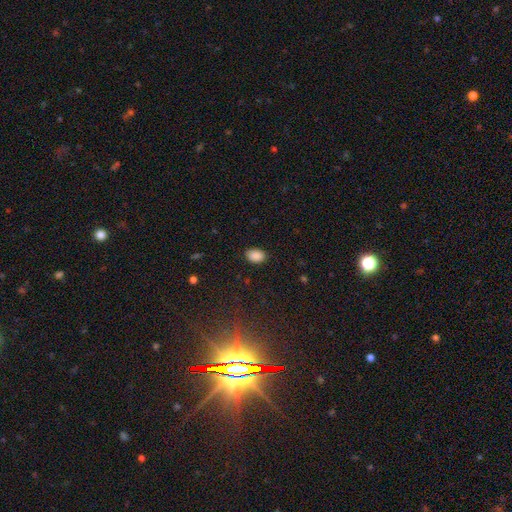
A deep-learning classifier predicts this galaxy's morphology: Q: Smooth or featured?
A: smooth (89%); runner-up: star or artifact (8%)
Q: How rounded?
A: in between (83%); runner-up: round (16%)
Q: Merging?
A: none (86%); runner-up: minor disturbance (10%)